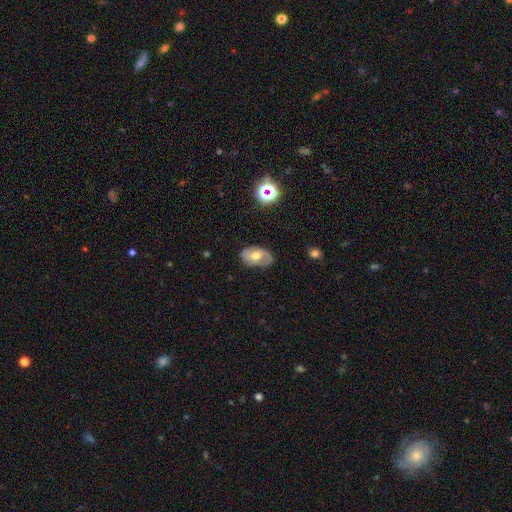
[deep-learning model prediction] A featured or disk galaxy (48%).

Vote fractions:
- Smooth or featured? featured or disk: 48% / smooth: 43% / star or artifact: 9%
- Merging? none: 75% / minor disturbance: 19% / major disturbance: 5% / merger: 1%